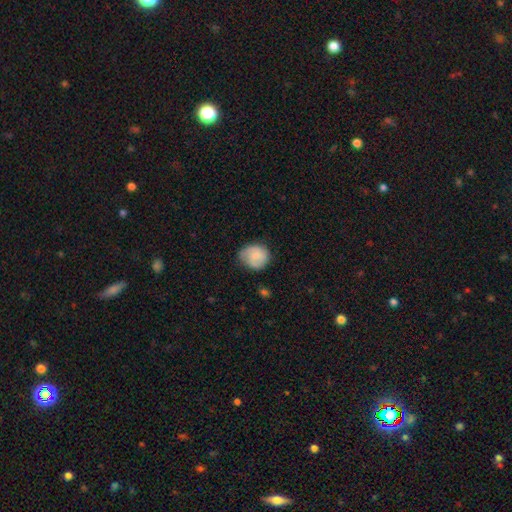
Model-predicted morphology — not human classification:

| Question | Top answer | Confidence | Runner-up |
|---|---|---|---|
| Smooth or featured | smooth | 67% | featured or disk (26%) |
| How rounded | round | 74% | in between (25%) |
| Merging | none | 60% | minor disturbance (31%) |